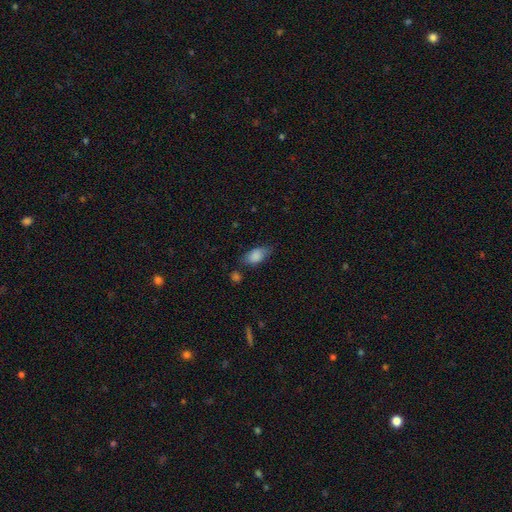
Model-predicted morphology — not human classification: Q: Smooth or featured?
A: smooth (84%); runner-up: featured or disk (8%)
Q: How rounded?
A: in between (88%); runner-up: round (6%)
Q: Merging?
A: none (63%); runner-up: minor disturbance (25%)